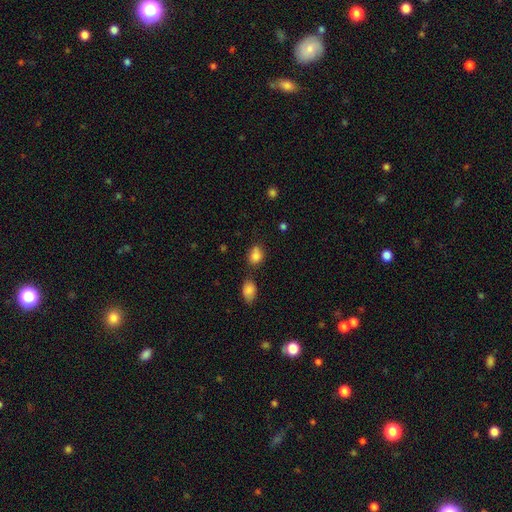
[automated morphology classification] Smooth or featured: smooth — 82% (star or artifact — 11%)
How rounded: in between — 62% (round — 36%)
Merging: none — 54% (minor disturbance — 23%)